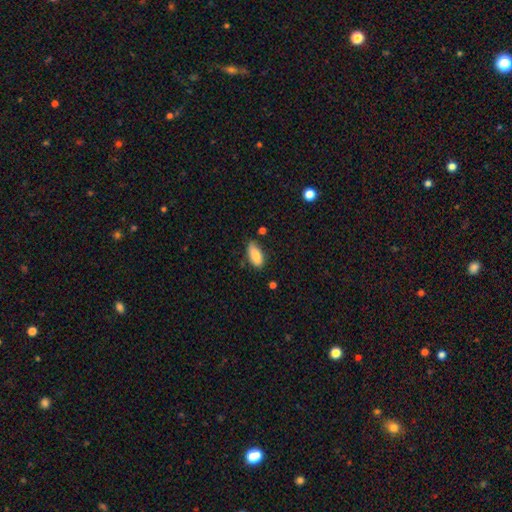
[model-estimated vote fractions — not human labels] smooth 83%, featured or disk 10%, star or artifact 7%. Down the decision tree: how rounded — in between (89%); merging — none (70%).